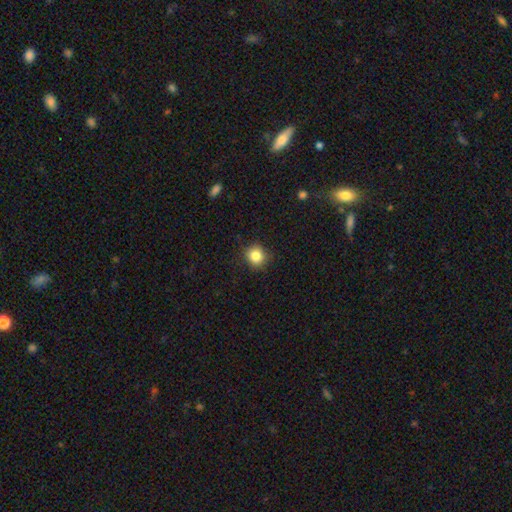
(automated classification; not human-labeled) Smooth or featured?
  - smooth: 85% *
  - star or artifact: 10%
  - featured or disk: 5%
How rounded?
  - round: 86% *
  - in between: 13%
  - cigar-shaped: 1%
Merging?
  - none: 88% *
  - minor disturbance: 8%
  - major disturbance: 2%
  - merger: 1%